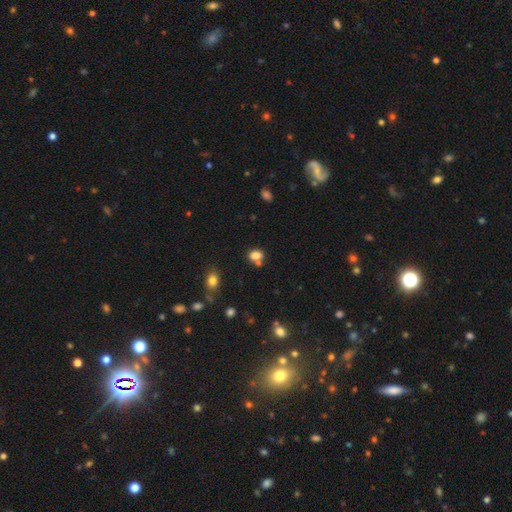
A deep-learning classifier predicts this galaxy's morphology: Smooth or featured? smooth (80%)
How rounded? in between (58%)
Merging? none (53%)